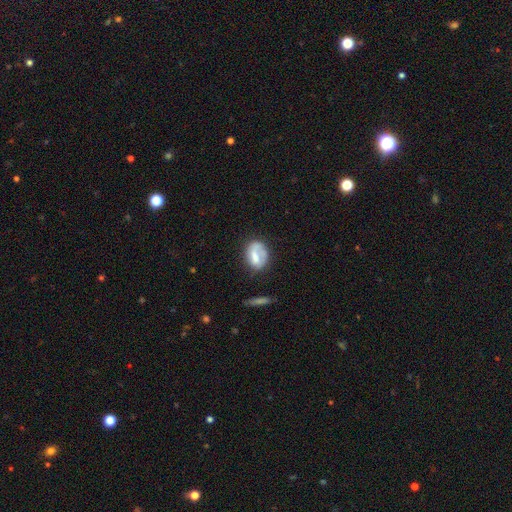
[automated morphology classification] smooth 55%, featured or disk 37%, star or artifact 8%. Down the decision tree: how rounded — in between (72%); merging — none (51%).